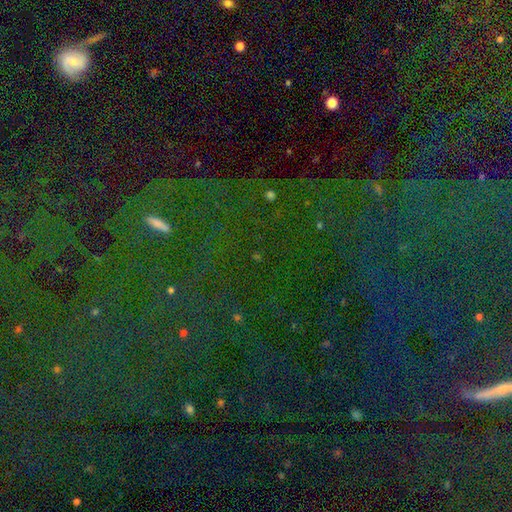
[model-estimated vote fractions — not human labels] star or artifact 82%, smooth 10%, featured or disk 8%.